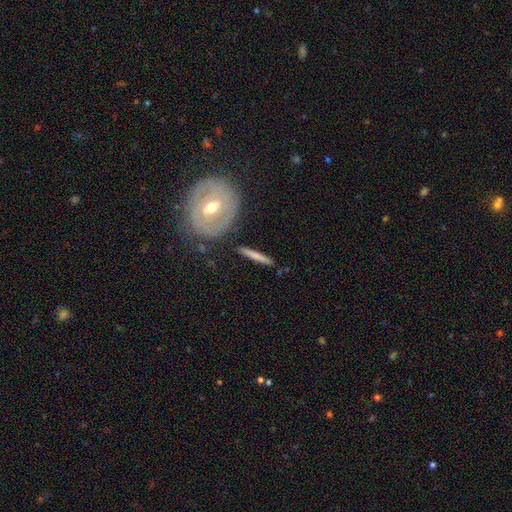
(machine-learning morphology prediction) Smooth or featured? Predicted: smooth (p=0.63). How rounded? Predicted: cigar-shaped (p=0.93). Merging? Predicted: none (p=0.85).